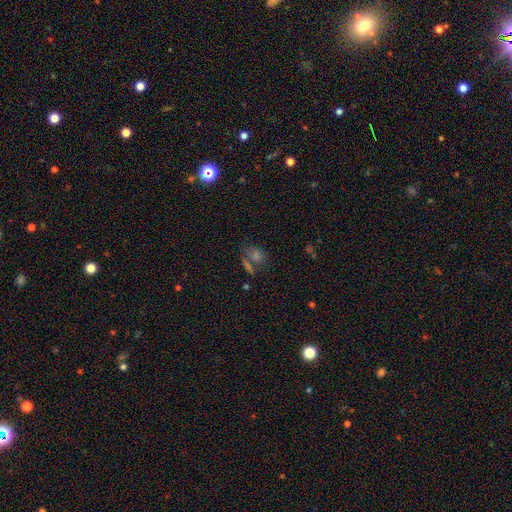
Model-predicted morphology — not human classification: Smooth or featured? Predicted: smooth (p=0.41). Merging? Predicted: none (p=0.51).